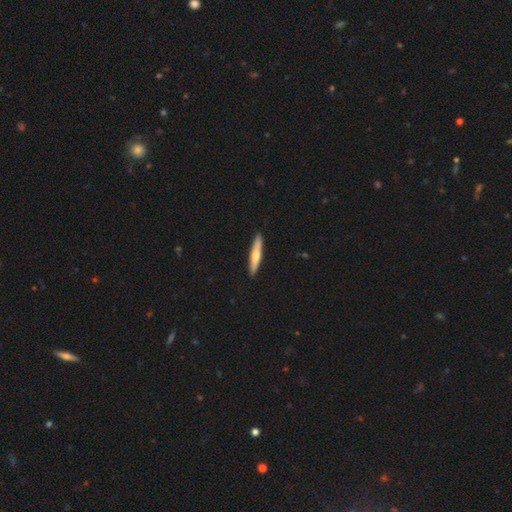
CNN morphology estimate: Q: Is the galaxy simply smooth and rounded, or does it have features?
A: smooth — 58%.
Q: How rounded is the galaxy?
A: cigar-shaped — 91%.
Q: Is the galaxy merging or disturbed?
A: none — 90%.